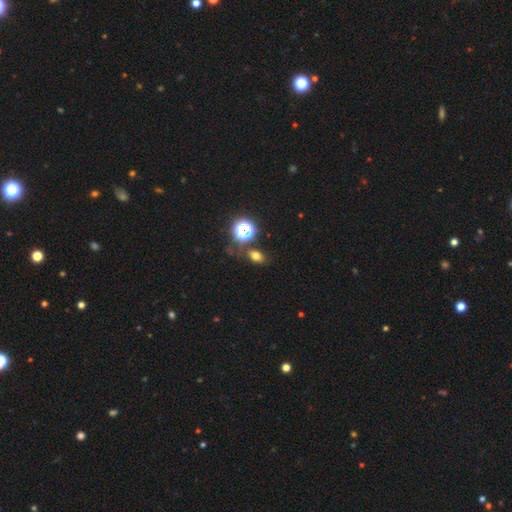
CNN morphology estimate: type=smooth (67%); roundness=in between (68%); merging=none (73%).